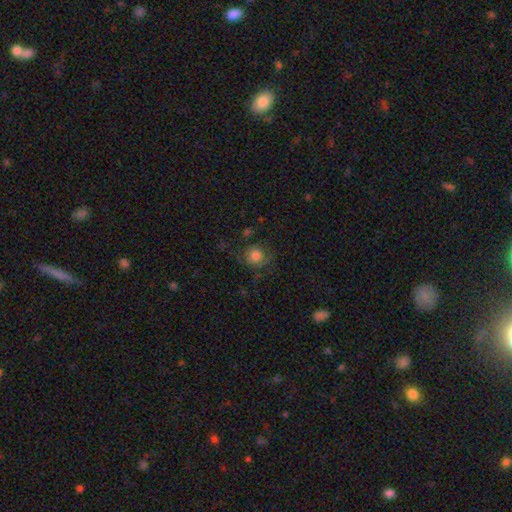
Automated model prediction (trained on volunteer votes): Q: Smooth or featured?
A: smooth (75%); runner-up: featured or disk (15%)
Q: How rounded?
A: round (86%); runner-up: in between (13%)
Q: Merging?
A: none (65%); runner-up: minor disturbance (20%)